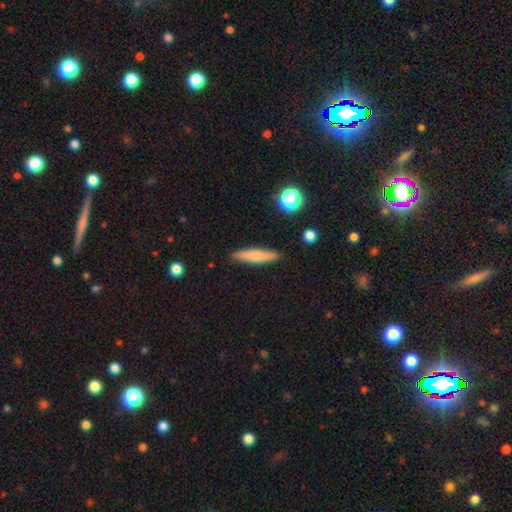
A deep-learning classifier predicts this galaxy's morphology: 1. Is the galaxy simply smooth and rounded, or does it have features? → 70% smooth, 23% featured or disk, 7% star or artifact.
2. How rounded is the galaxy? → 86% cigar-shaped, 12% in between, 2% round.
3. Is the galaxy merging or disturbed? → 88% none, 9% minor disturbance, 2% major disturbance, 1% merger.